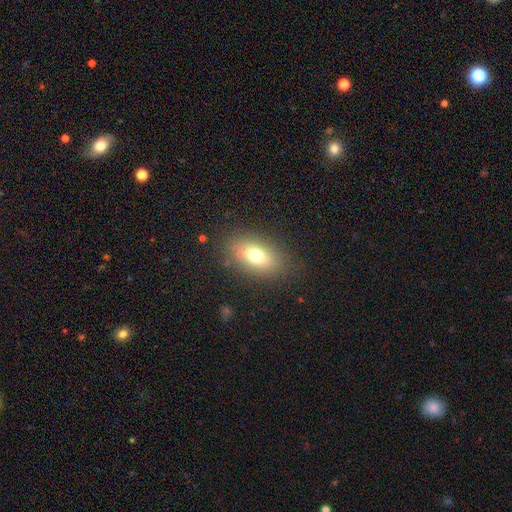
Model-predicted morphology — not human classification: Q: Smooth or featured?
A: smooth (71%); runner-up: featured or disk (17%)
Q: How rounded?
A: in between (82%); runner-up: round (14%)
Q: Merging?
A: none (79%); runner-up: minor disturbance (13%)